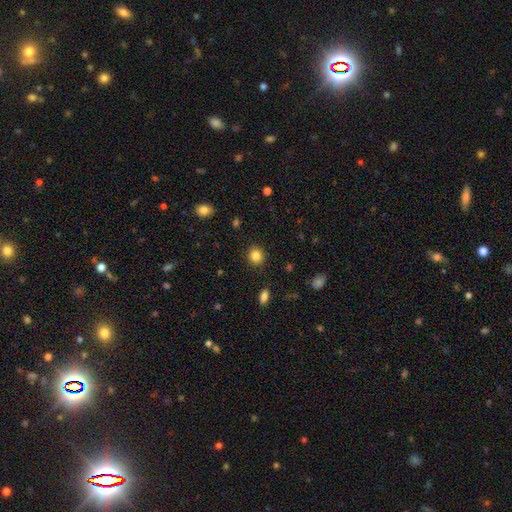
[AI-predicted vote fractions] Smooth or featured: smooth — 84% (star or artifact — 11%)
How rounded: round — 89% (in between — 10%)
Merging: none — 90% (minor disturbance — 6%)